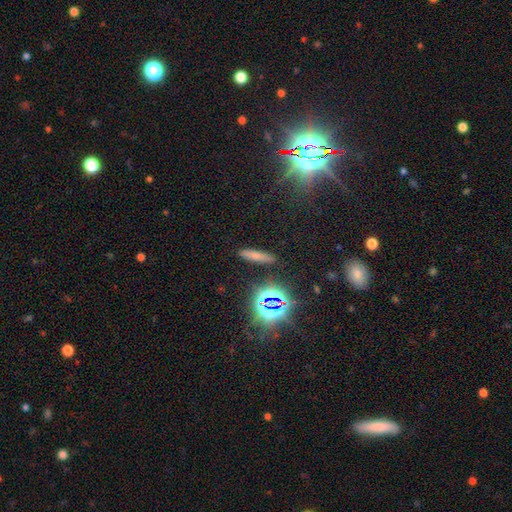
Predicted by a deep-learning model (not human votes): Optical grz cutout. It shows a smooth galaxy with no disk features (63%) that is cigar-shaped (81%). Merging: none (87%).